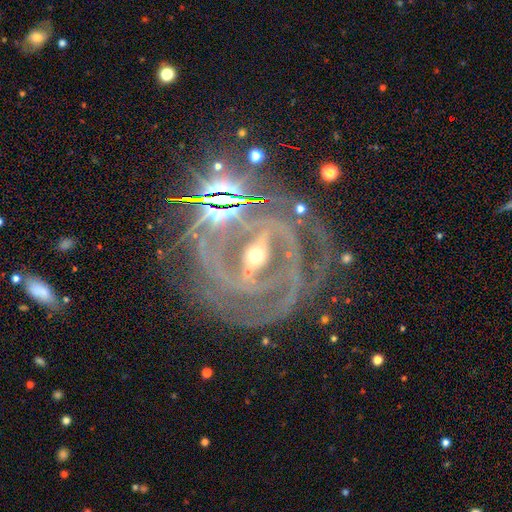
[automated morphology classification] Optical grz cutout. It shows a featured or disk galaxy (88%) with a strong bar (74%), 2 (30%) tight (67%) spiral arms (97%) and a small central bulge (59%). Merging: none (71%).